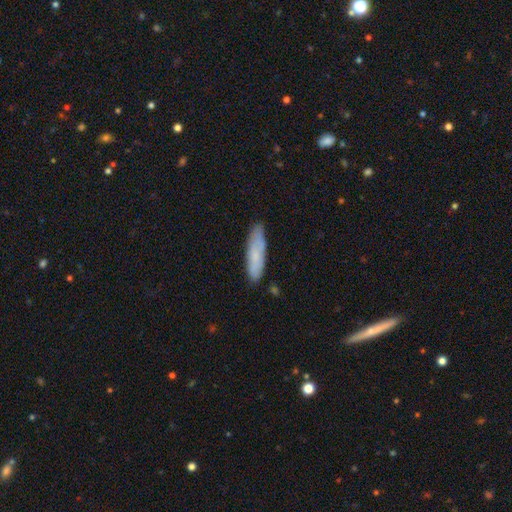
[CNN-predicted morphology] The model was most divided on "how rounded": cigar-shaped: 69%, in between: 30%, round: 2%. More confident: merging — none (81%); smooth or featured — smooth (71%).